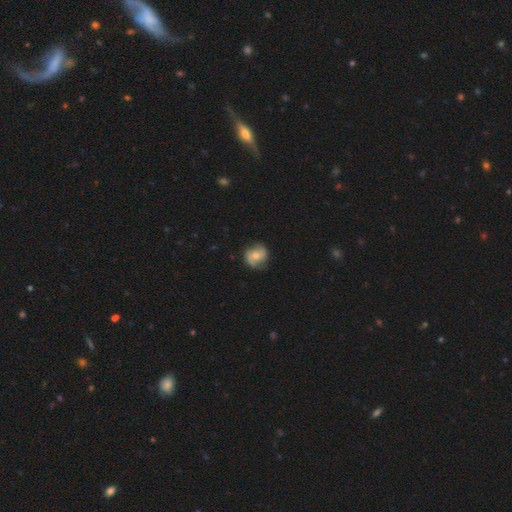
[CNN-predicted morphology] featured or disk 66%, smooth 26%, star or artifact 7%. Down the decision tree: edge-on disk — no (97%); bar — no (56%); spiral arms — yes (91%); spiral arm count — 2 (85%); spiral winding — medium (45%); bulge size — moderate (58%); merging — none (79%).